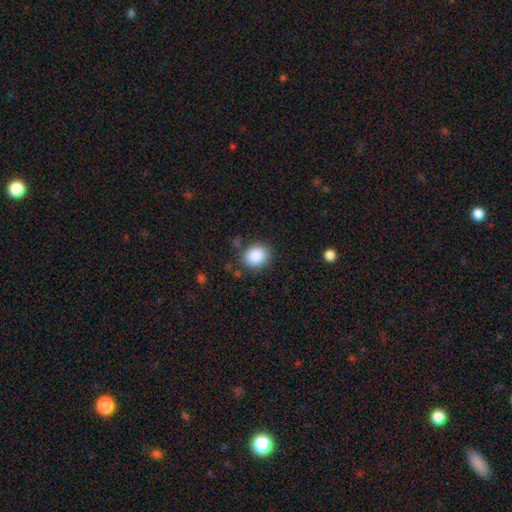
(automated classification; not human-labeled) This appears to be a smooth galaxy with no disk features (88%) that is round (60%). Merging: none (83%).